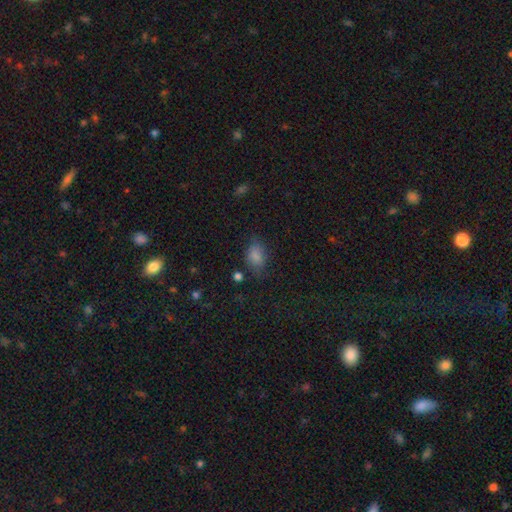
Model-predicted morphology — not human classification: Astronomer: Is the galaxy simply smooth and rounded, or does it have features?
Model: smooth — 80%.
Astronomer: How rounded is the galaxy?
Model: in between — 83%.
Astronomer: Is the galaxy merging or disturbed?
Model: none — 59%.